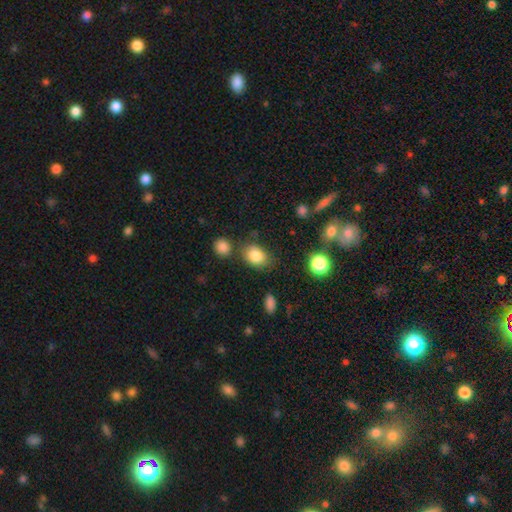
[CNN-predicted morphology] A smooth galaxy with no disk features (83%) that is in between round and cigar-shaped (66%). Merging: none (69%).